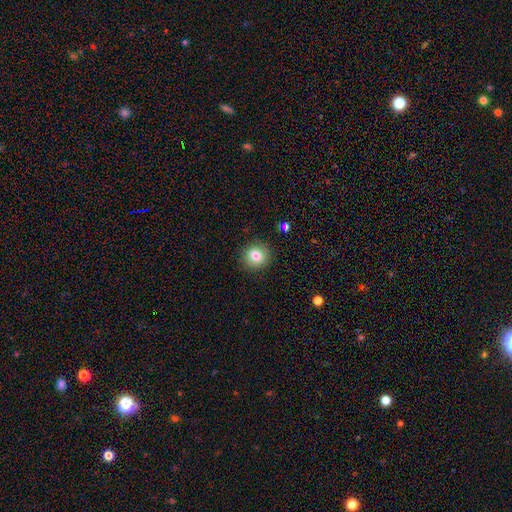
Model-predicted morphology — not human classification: Smooth or featured? Predicted: smooth (p=0.82). How rounded? Predicted: round (p=0.88). Merging? Predicted: none (p=0.90).